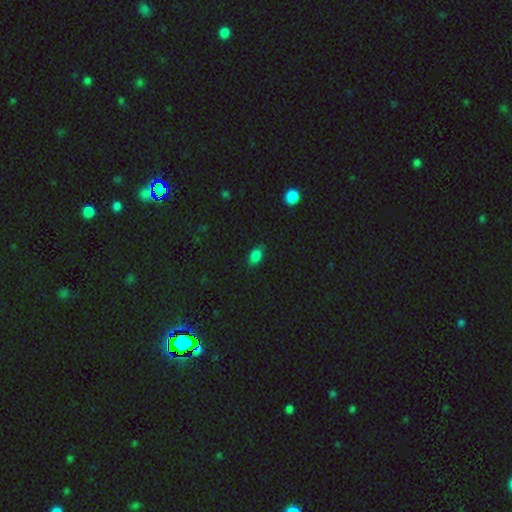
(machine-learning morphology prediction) Smooth or featured? smooth (82%)
How rounded? in between (86%)
Merging? none (82%)